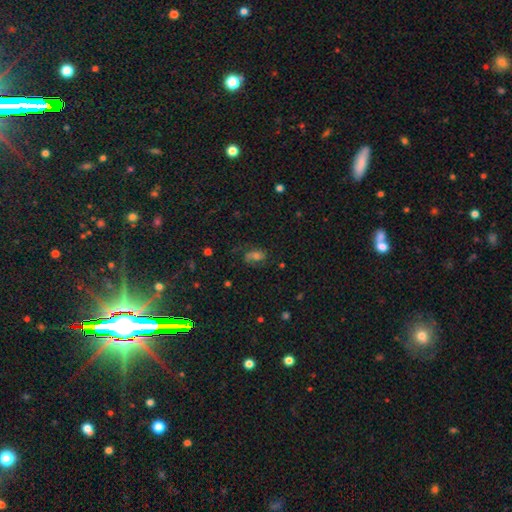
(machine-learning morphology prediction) Smooth or featured? Predicted: smooth (p=0.40). Merging? Predicted: none (p=0.58).